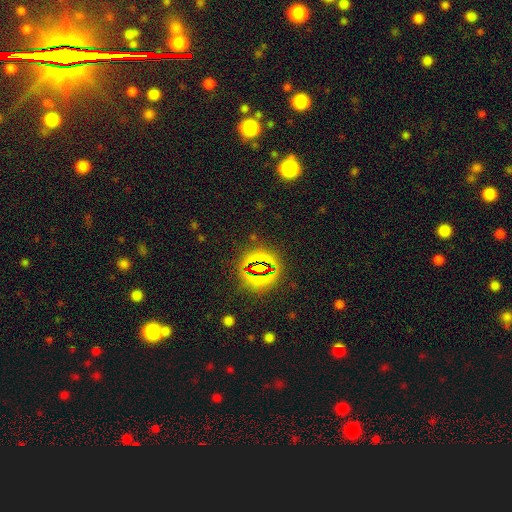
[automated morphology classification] Smooth or featured? star or artifact (76%)